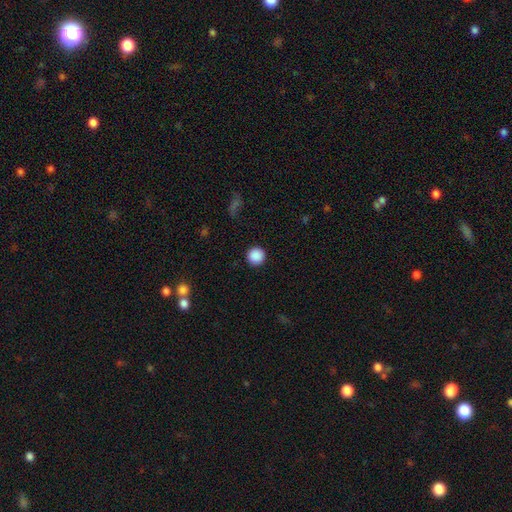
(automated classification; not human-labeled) Morphology: type=smooth (89%); roundness=round (96%); merging=none (92%).